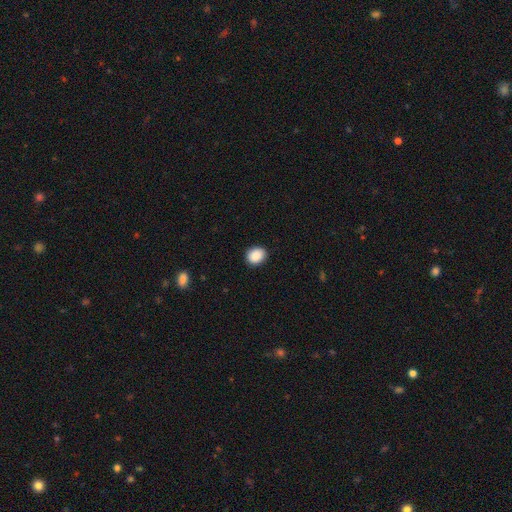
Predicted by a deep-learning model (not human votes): Smooth or featured?
  - smooth: 89% *
  - star or artifact: 8%
  - featured or disk: 3%
How rounded?
  - round: 53% *
  - in between: 46%
  - cigar-shaped: 1%
Merging?
  - none: 90% *
  - minor disturbance: 8%
  - major disturbance: 2%
  - merger: 1%